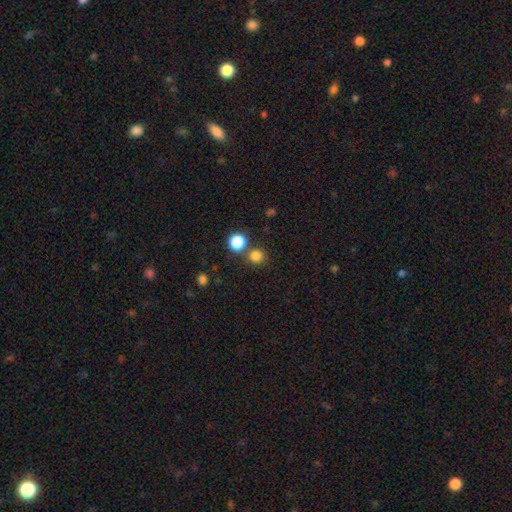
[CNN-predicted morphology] Smooth or featured? Predicted: smooth (p=0.81). How rounded? Predicted: round (p=0.91). Merging? Predicted: none (p=0.72).